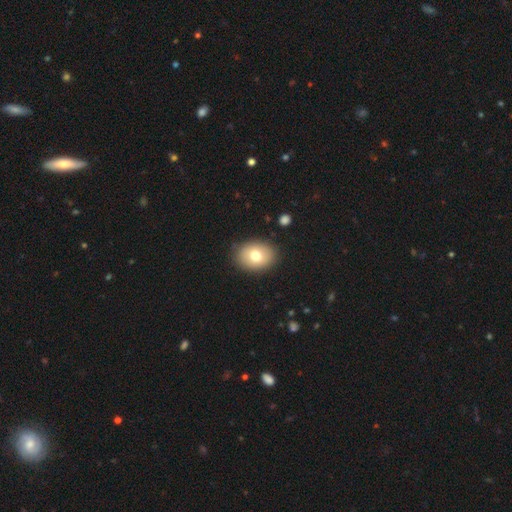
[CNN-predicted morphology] smooth-or-featured: smooth: 74% | featured or disk: 17% | star or artifact: 9%
  how-rounded: in between: 66% | round: 33% | cigar-shaped: 1%
  merging: none: 87% | minor disturbance: 9% | major disturbance: 2% | merger: 1%